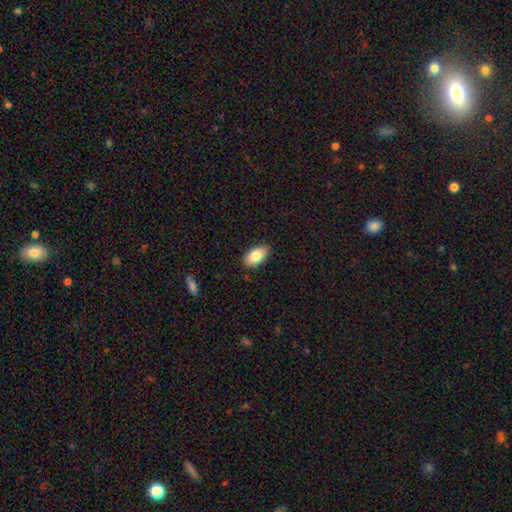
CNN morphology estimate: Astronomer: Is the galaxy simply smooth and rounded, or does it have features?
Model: smooth — 83%.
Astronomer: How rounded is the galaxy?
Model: in between — 94%.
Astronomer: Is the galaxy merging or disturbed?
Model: none — 86%.